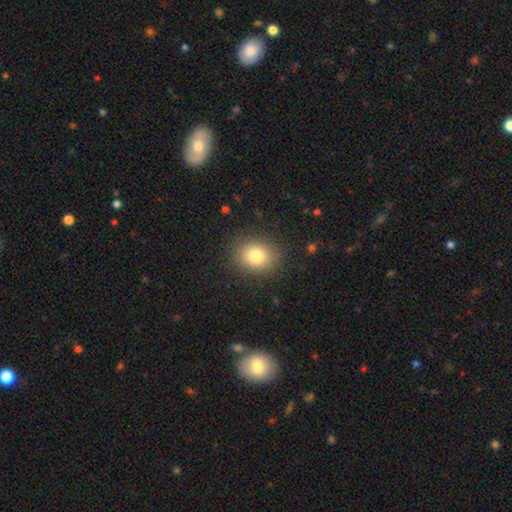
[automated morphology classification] Q: Smooth or featured?
A: smooth (80%); runner-up: star or artifact (11%)
Q: How rounded?
A: round (64%); runner-up: in between (35%)
Q: Merging?
A: none (87%); runner-up: minor disturbance (9%)